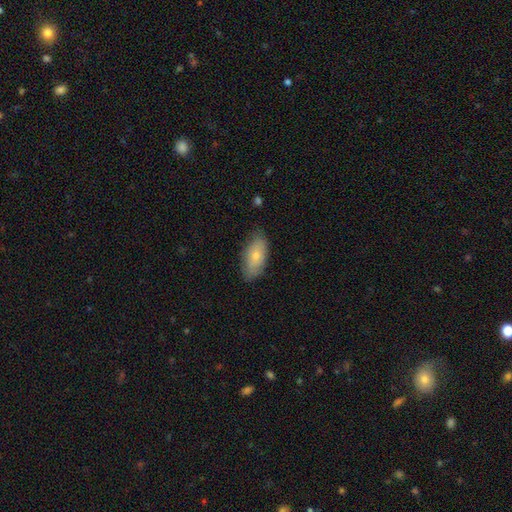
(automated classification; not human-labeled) Q: Smooth or featured?
A: smooth (67%); runner-up: featured or disk (27%)
Q: How rounded?
A: in between (90%); runner-up: cigar-shaped (6%)
Q: Merging?
A: none (76%); runner-up: minor disturbance (19%)